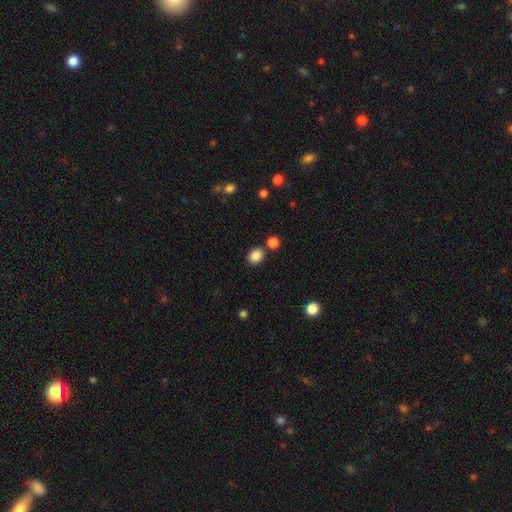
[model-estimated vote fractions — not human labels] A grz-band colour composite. It shows a smooth galaxy with no disk features (85%) that is round (54%). Merging: none (76%).